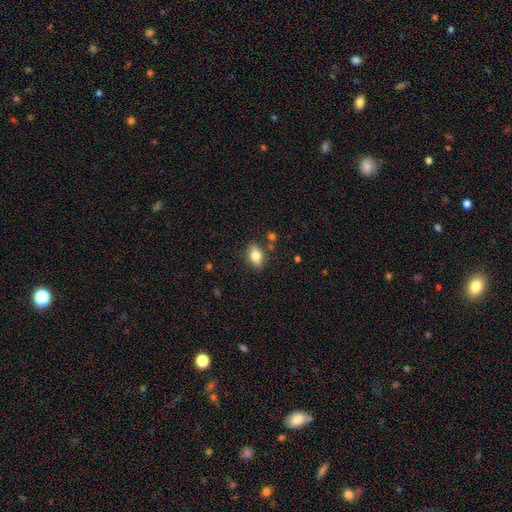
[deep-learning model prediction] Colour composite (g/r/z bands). It shows a smooth galaxy with no disk features (81%) that is in between round and cigar-shaped (84%). Merging: none (82%).